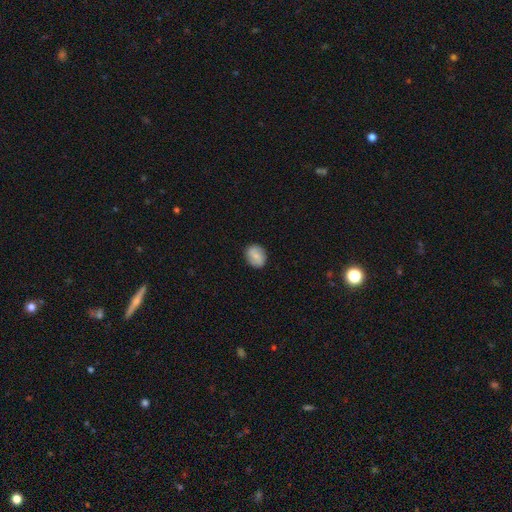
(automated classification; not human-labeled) smooth_or_featured: smooth (p=0.77) [alt: featured or disk p=0.15]
how_rounded: in between (p=0.52) [alt: round p=0.47]
merging: none (p=0.87) [alt: minor disturbance p=0.10]